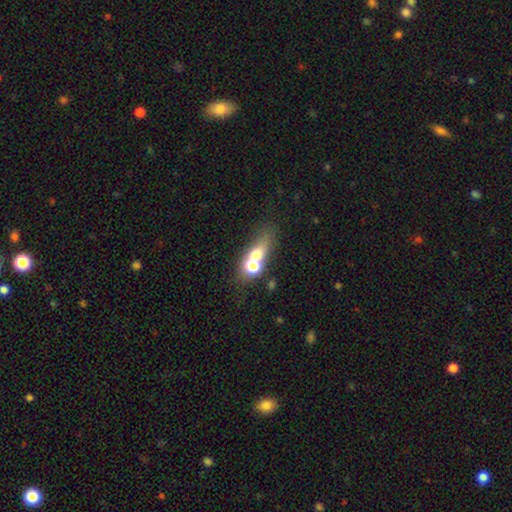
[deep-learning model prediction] Overall: smooth (56%; featured or disk 25%). How rounded: in between (47%; round 40%). Merging: merger (47%; none 35%).